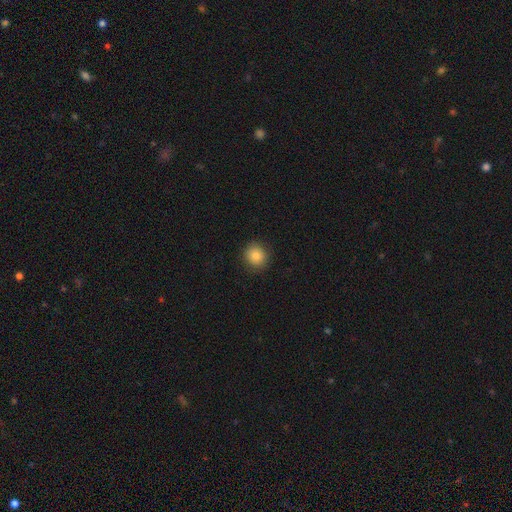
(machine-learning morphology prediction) The model was most divided on "smooth or featured": smooth: 85%, star or artifact: 10%, featured or disk: 5%. More confident: how rounded — round (91%); merging — none (90%).